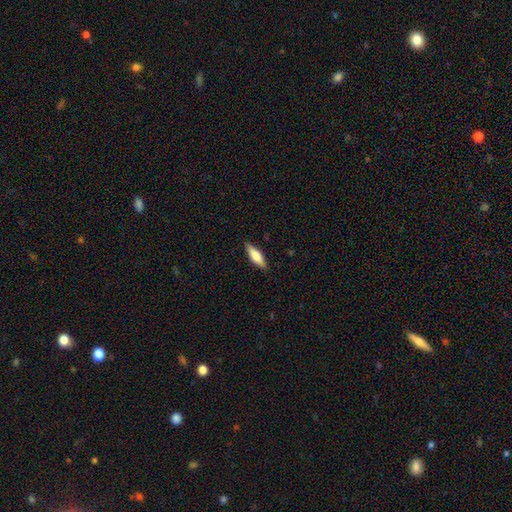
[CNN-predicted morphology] Q: Smooth or featured?
A: smooth (71%); runner-up: featured or disk (23%)
Q: How rounded?
A: in between (52%); runner-up: cigar-shaped (46%)
Q: Merging?
A: none (86%); runner-up: minor disturbance (11%)